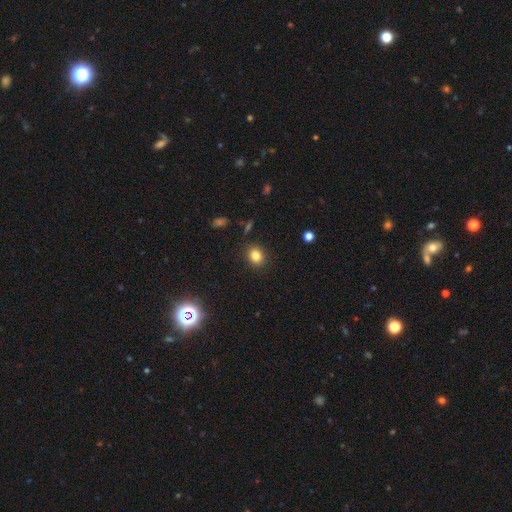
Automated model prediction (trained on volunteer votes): Q: Smooth or featured?
A: smooth (82%); runner-up: star or artifact (11%)
Q: How rounded?
A: round (66%); runner-up: in between (33%)
Q: Merging?
A: none (89%); runner-up: minor disturbance (7%)